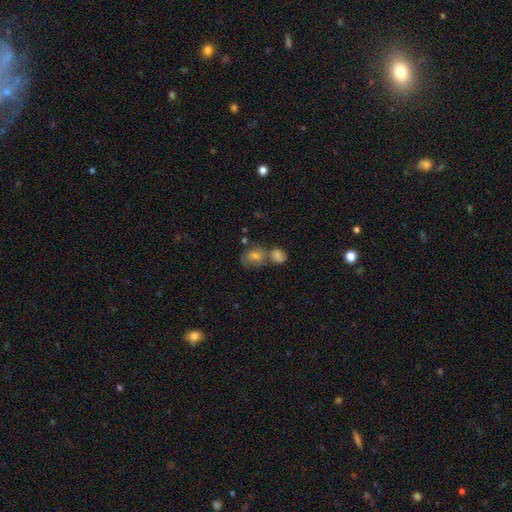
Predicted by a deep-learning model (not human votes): smooth_or_featured: smooth (p=0.53) [alt: featured or disk p=0.25]
how_rounded: in between (p=0.53) [alt: round p=0.45]
merging: none (p=0.42) [alt: merger p=0.41]